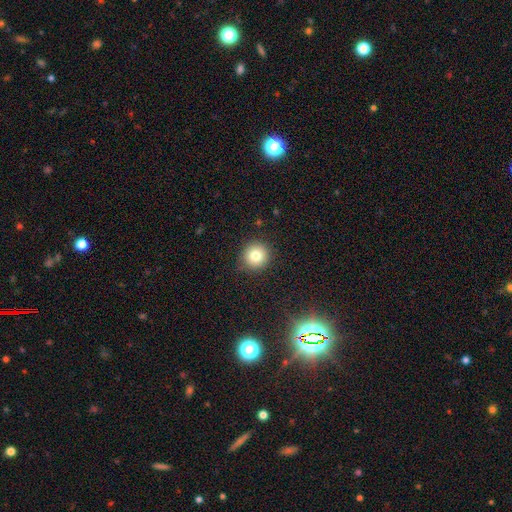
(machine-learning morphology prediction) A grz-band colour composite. It shows a smooth galaxy with no disk features (79%) that is round (94%). Merging: none (88%).